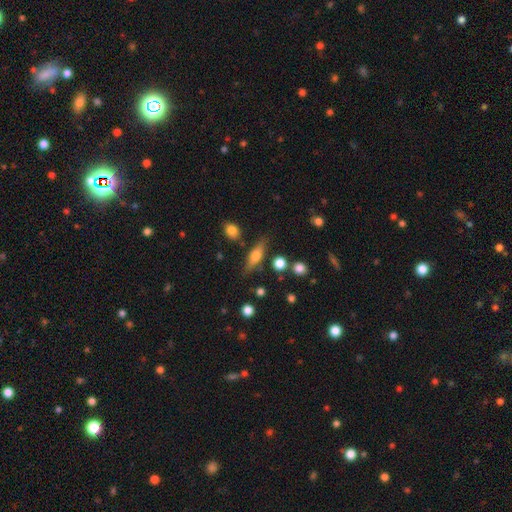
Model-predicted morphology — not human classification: Smooth or featured?
  - smooth: 56% *
  - featured or disk: 36%
  - star or artifact: 8%
How rounded?
  - in between: 51% *
  - cigar-shaped: 44%
  - round: 5%
Merging?
  - none: 75% *
  - minor disturbance: 15%
  - merger: 5%
  - major disturbance: 4%